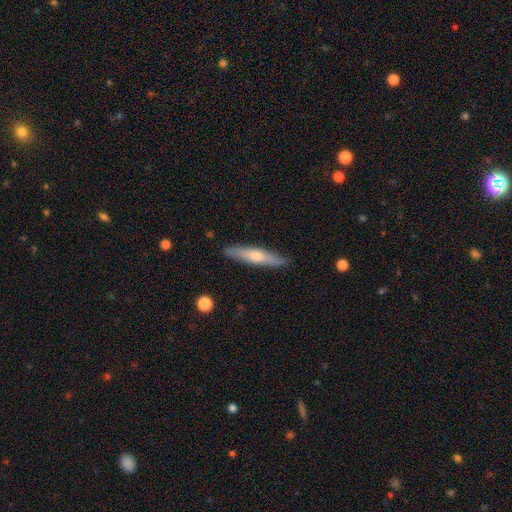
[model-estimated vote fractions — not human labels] The model was most divided on "smooth or featured": featured or disk: 53%, smooth: 40%, star or artifact: 7%. More confident: edge-on disk — yes (89%); merging — none (89%).